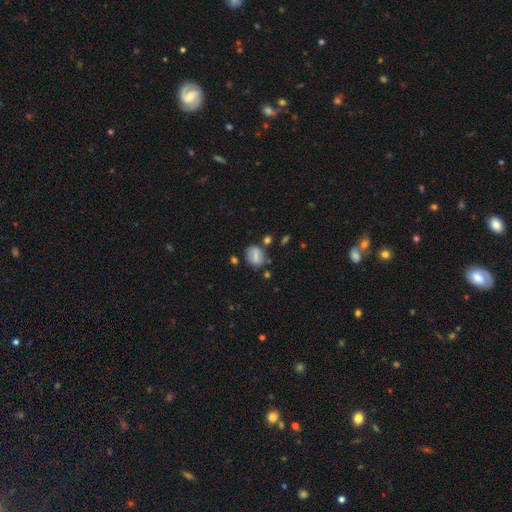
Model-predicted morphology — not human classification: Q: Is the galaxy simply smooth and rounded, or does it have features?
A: smooth — 60%.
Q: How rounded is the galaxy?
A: in between — 49%, tied with round.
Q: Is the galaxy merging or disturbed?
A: none — 65%.